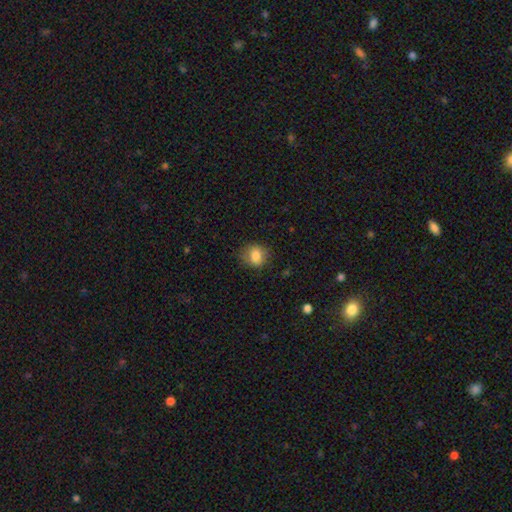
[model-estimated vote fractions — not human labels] smooth-or-featured: smooth: 82% | featured or disk: 9% | star or artifact: 9%
  how-rounded: round: 63% | in between: 36% | cigar-shaped: 1%
  merging: none: 76% | minor disturbance: 18% | major disturbance: 5% | merger: 1%